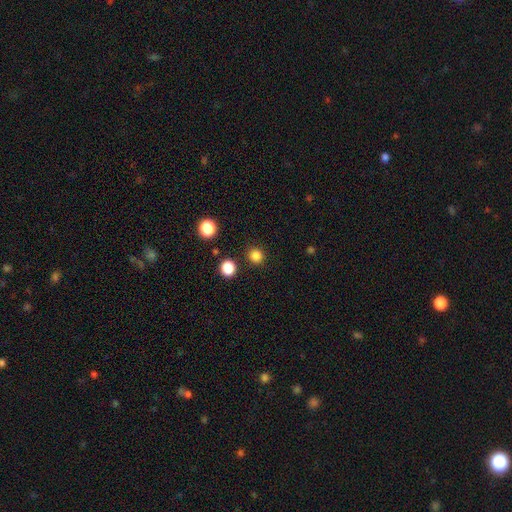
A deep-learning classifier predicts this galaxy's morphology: This is clearly a smooth galaxy (83%). How rounded: clearly round (92%). Merging: clearly none (89%).